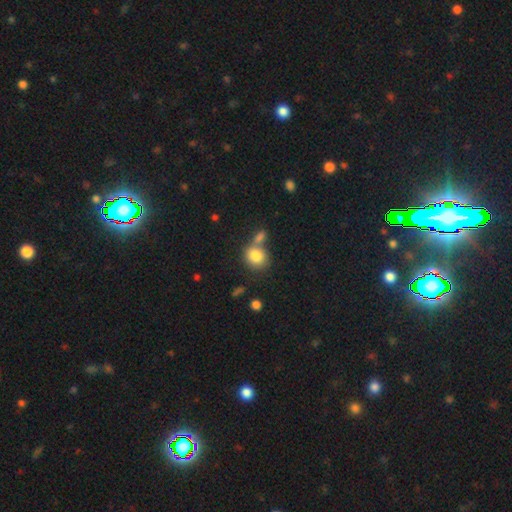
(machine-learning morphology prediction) smooth 82%, featured or disk 9%, star or artifact 9%. Down the decision tree: how rounded — round (72%); merging — none (48%).